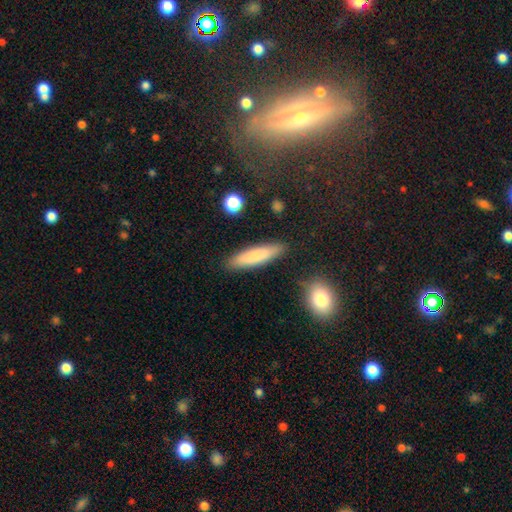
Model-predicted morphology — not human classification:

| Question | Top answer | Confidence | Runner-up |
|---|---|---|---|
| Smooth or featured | smooth | 80% | featured or disk (14%) |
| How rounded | cigar-shaped | 80% | in between (18%) |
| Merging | none | 87% | minor disturbance (9%) |